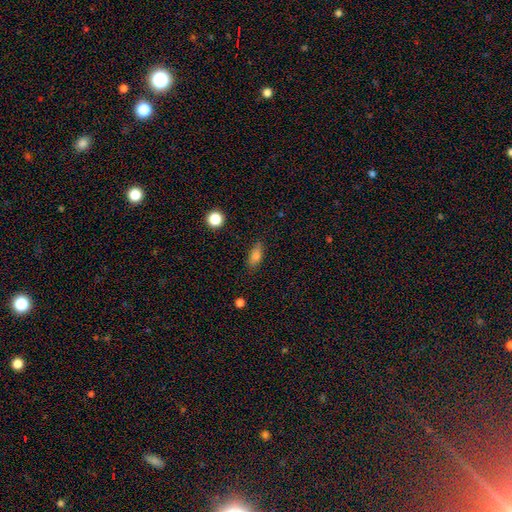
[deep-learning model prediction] The model was most divided on "how rounded": in between: 79%, cigar-shaped: 16%, round: 5%. More confident: smooth or featured — smooth (81%); merging — none (79%).